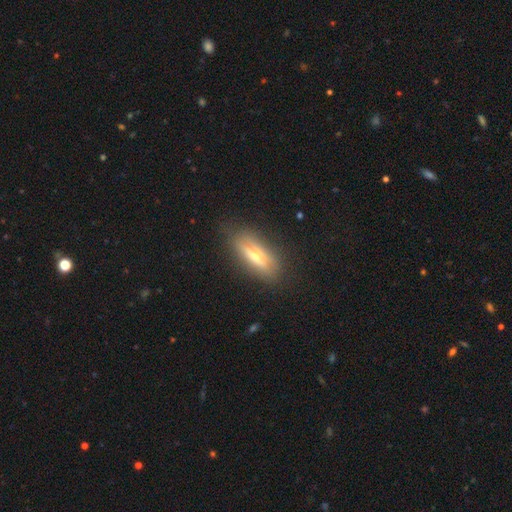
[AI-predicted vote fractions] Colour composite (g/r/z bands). It shows a featured or disk galaxy (53%) viewed edge-on (78%). Merging: none (81%).